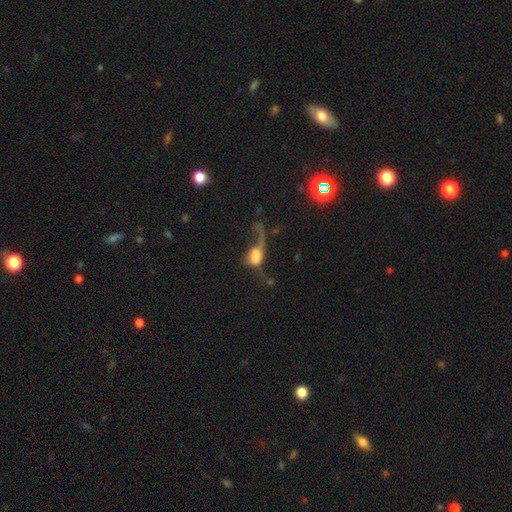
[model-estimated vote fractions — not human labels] Smooth or featured?
  - smooth: 53% *
  - featured or disk: 36%
  - star or artifact: 11%
How rounded?
  - in between: 72% *
  - round: 23%
  - cigar-shaped: 5%
Merging?
  - major disturbance: 61% *
  - none: 16%
  - minor disturbance: 12%
  - merger: 10%